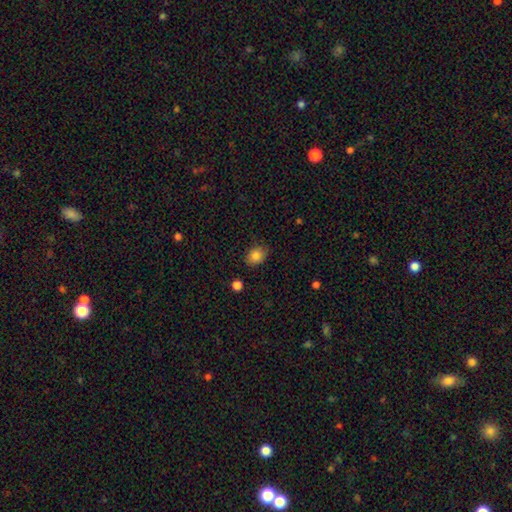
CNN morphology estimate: A smooth galaxy with no disk features (84%) that is in between round and cigar-shaped (54%).

Vote fractions:
- Smooth or featured? smooth: 84% / star or artifact: 9% / featured or disk: 7%
- How rounded? in between: 54% / round: 45% / cigar-shaped: 1%
- Merging? none: 85% / minor disturbance: 11% / major disturbance: 2% / merger: 2%